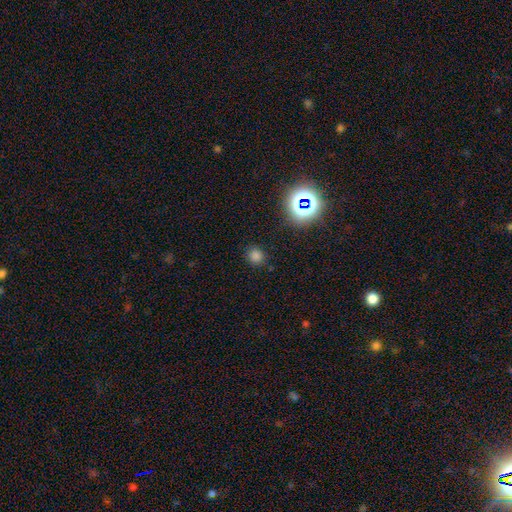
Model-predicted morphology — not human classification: A smooth galaxy with no disk features (74%) that is round (82%).

Vote fractions:
- Smooth or featured? smooth: 74% / star or artifact: 21% / featured or disk: 5%
- How rounded? round: 82% / in between: 17% / cigar-shaped: 1%
- Merging? none: 85% / minor disturbance: 9% / major disturbance: 3% / merger: 2%